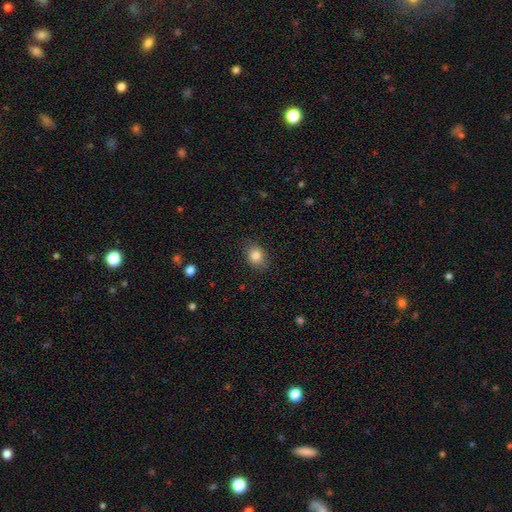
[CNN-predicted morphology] Smooth or featured: smooth — 84% (star or artifact — 10%)
How rounded: in between — 52% (round — 47%)
Merging: none — 83% (minor disturbance — 13%)